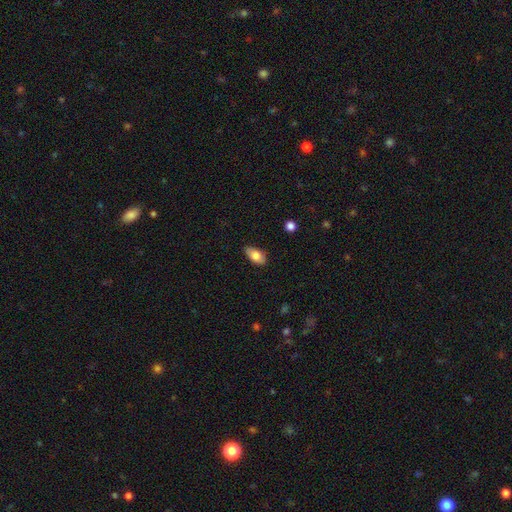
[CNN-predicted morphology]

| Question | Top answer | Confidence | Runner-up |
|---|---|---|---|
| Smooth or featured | smooth | 80% | featured or disk (13%) |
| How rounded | in between | 91% | cigar-shaped (4%) |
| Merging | none | 80% | minor disturbance (16%) |